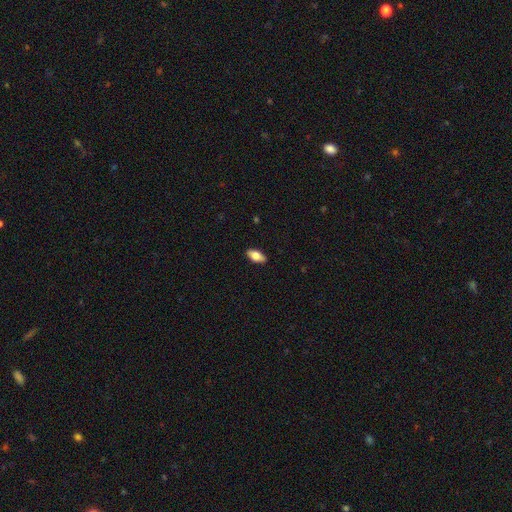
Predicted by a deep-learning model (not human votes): A smooth galaxy with no disk features (75%) that is in between round and cigar-shaped (89%). Merging: none (89%).